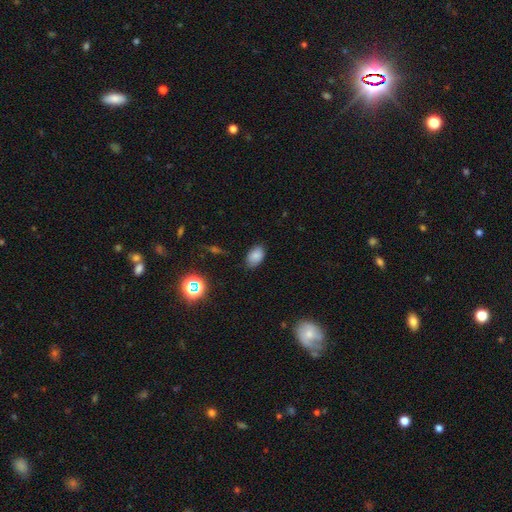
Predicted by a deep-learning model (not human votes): smooth-or-featured: smooth: 81% | star or artifact: 11% | featured or disk: 7%
  how-rounded: in between: 89% | round: 10% | cigar-shaped: 1%
  merging: none: 81% | minor disturbance: 15% | major disturbance: 3% | merger: 1%